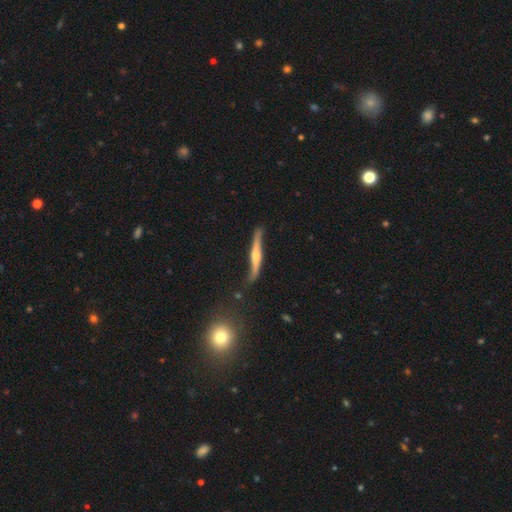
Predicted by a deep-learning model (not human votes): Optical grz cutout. It shows a featured or disk galaxy (78%) viewed edge-on (90%) with a rounded central bulge (87%). Merging: none (71%).